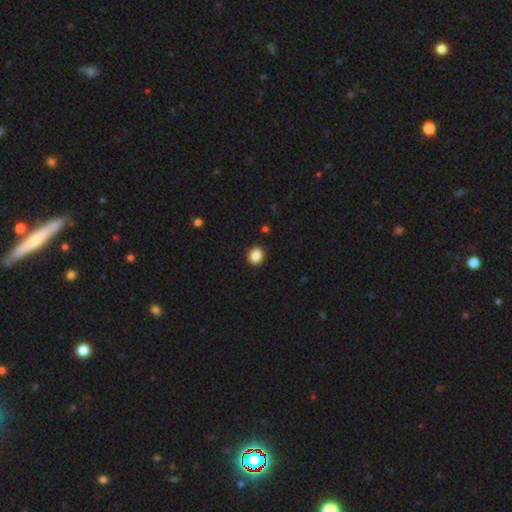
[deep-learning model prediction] Smooth or featured? Predicted: smooth (p=0.88). How rounded? Predicted: round (p=0.62). Merging? Predicted: none (p=0.89).